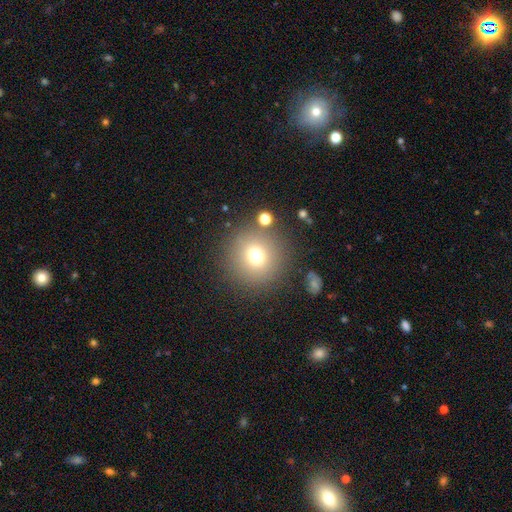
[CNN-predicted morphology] smooth-or-featured: smooth: 73% | star or artifact: 16% | featured or disk: 11%
  how-rounded: round: 95% | in between: 4% | cigar-shaped: 1%
  merging: none: 85% | minor disturbance: 8% | major disturbance: 4% | merger: 4%